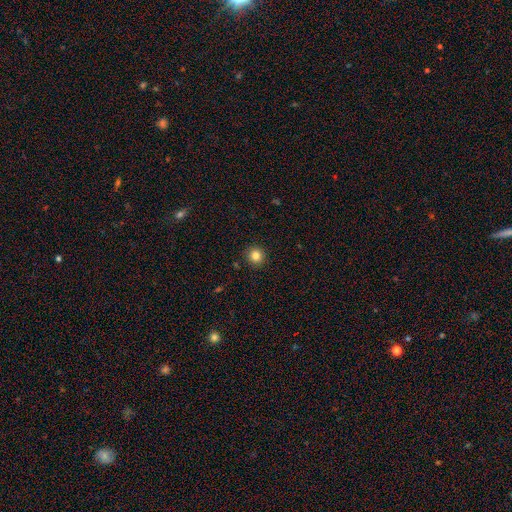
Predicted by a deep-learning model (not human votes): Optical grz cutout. It shows a smooth galaxy with no disk features (83%) that is round (94%). Merging: none (92%).